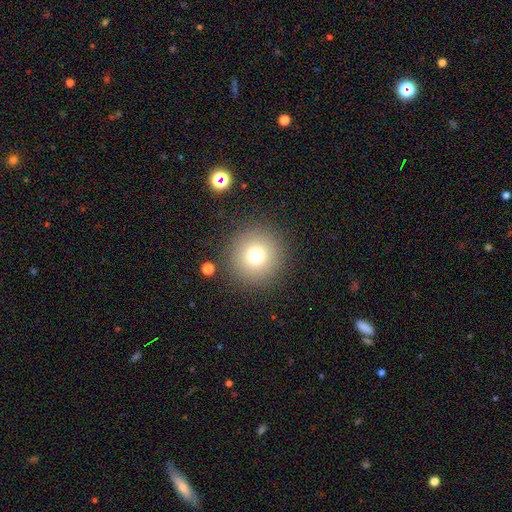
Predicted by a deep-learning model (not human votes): smooth_or_featured: smooth (p=0.74) [alt: star or artifact p=0.15]
how_rounded: round (p=0.96) [alt: in between p=0.03]
merging: none (p=0.89) [alt: minor disturbance p=0.06]